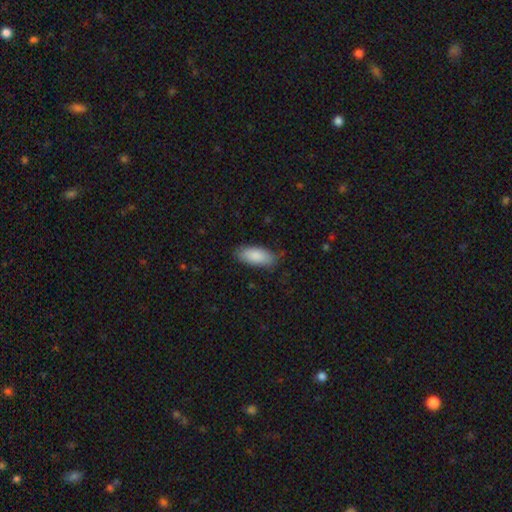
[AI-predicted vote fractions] Q: Smooth or featured?
A: smooth (87%); runner-up: featured or disk (7%)
Q: How rounded?
A: in between (85%); runner-up: cigar-shaped (13%)
Q: Merging?
A: none (76%); runner-up: minor disturbance (19%)